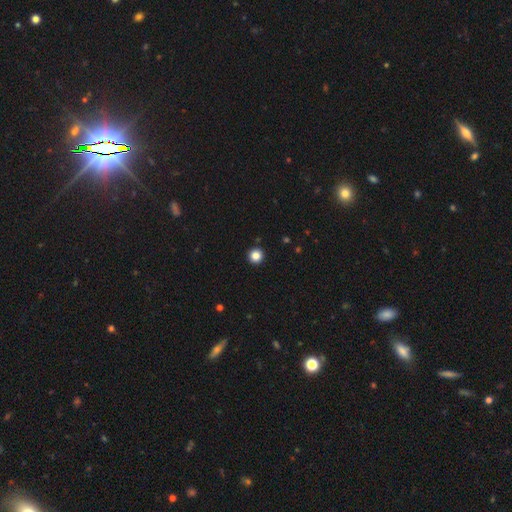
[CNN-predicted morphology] Smooth or featured?
  - smooth: 85% *
  - star or artifact: 12%
  - featured or disk: 4%
How rounded?
  - round: 96% *
  - in between: 3%
  - cigar-shaped: 1%
Merging?
  - none: 94% *
  - minor disturbance: 4%
  - major disturbance: 1%
  - merger: 1%